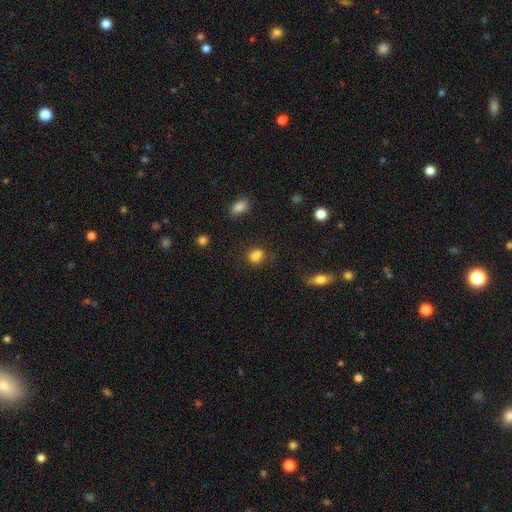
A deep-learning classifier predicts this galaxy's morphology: Smooth or featured? smooth (76%)
How rounded? round (64%)
Merging? merger (42%)